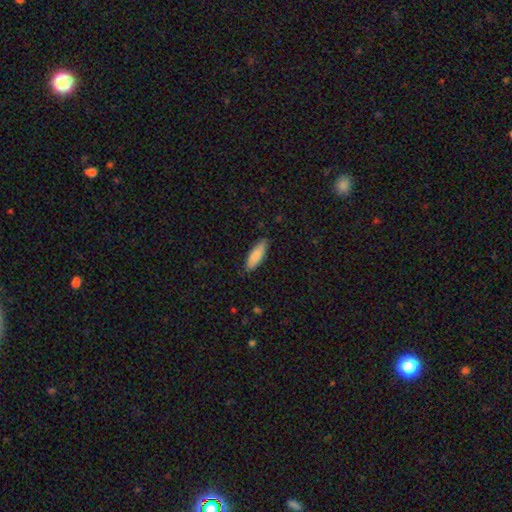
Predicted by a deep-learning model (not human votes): smooth 87%, featured or disk 8%, star or artifact 6%. Down the decision tree: how rounded — in between (57%); merging — none (86%).